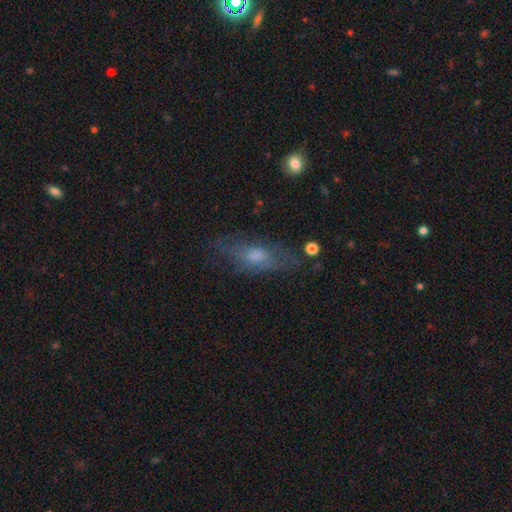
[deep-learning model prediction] A featured or disk galaxy (47%).

Vote fractions:
- Smooth or featured? featured or disk: 47% / smooth: 41% / star or artifact: 12%
- Merging? none: 69% / minor disturbance: 19% / major disturbance: 9% / merger: 2%